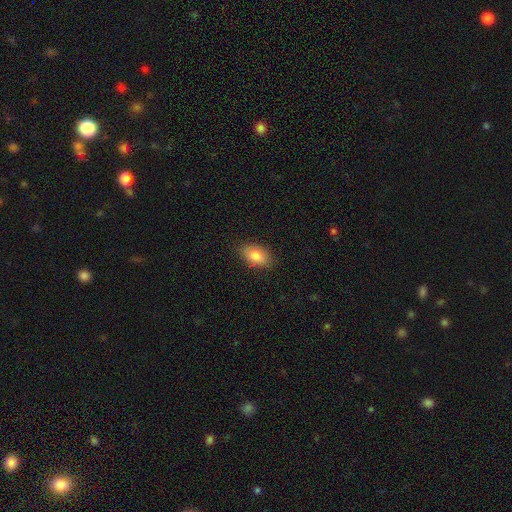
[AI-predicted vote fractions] The model was most divided on "smooth or featured": smooth: 83%, featured or disk: 9%, star or artifact: 8%. More confident: how rounded — in between (91%); merging — none (87%).